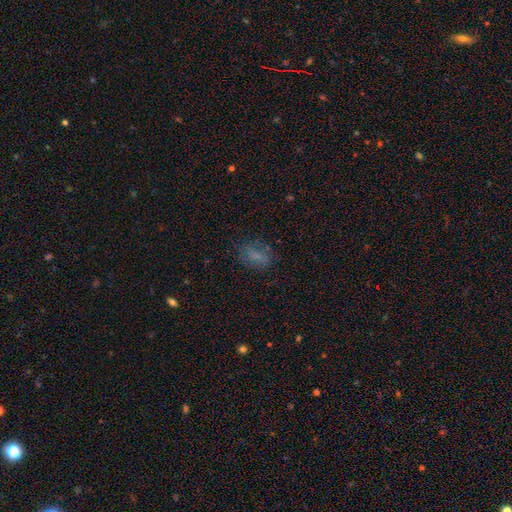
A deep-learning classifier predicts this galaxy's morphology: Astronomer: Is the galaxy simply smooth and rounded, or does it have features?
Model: smooth — 65%.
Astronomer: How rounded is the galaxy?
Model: in between — 77%.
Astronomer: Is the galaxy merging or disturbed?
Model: none — 71%.